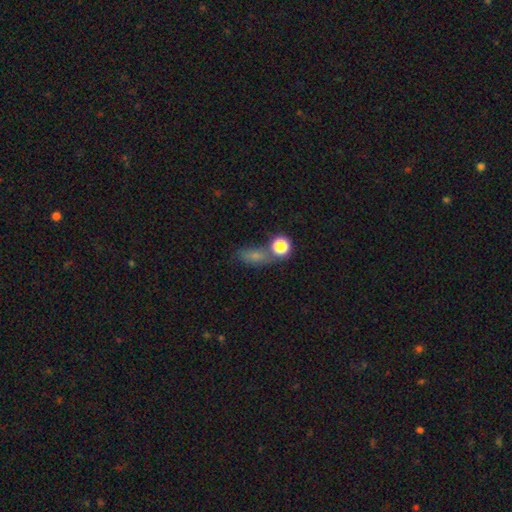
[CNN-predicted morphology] Smooth or featured? smooth (68%)
How rounded? in between (61%)
Merging? none (56%)